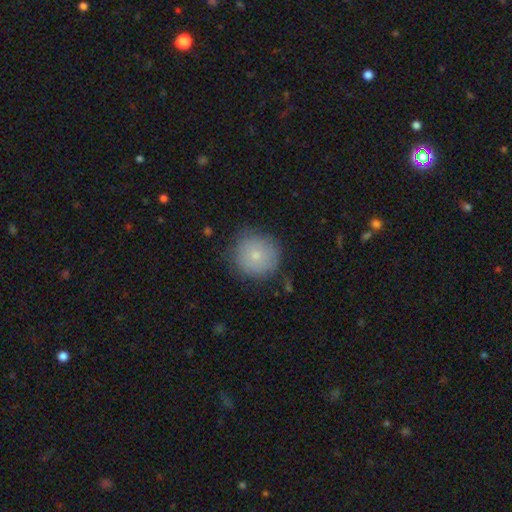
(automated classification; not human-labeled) This appears to be a smooth galaxy with no disk features (77%) that is round (94%). Merging: none (80%).